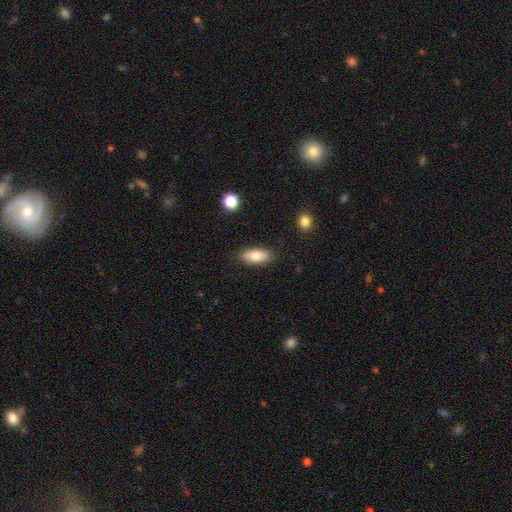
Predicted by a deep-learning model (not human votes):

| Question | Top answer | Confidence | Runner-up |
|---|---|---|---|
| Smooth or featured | smooth | 80% | featured or disk (13%) |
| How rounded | in between | 84% | cigar-shaped (13%) |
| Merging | none | 85% | minor disturbance (11%) |